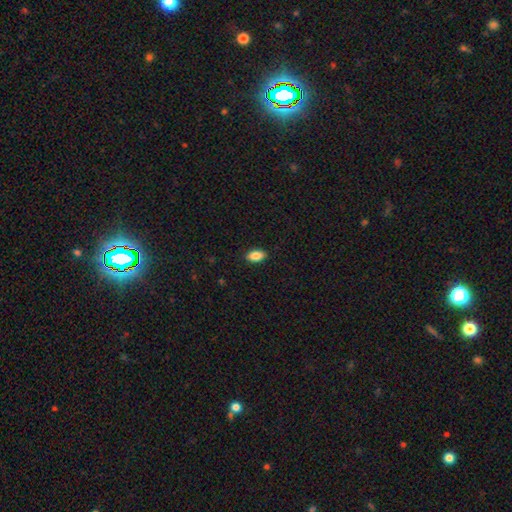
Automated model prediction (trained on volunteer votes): Q: Smooth or featured?
A: smooth (87%); runner-up: star or artifact (8%)
Q: How rounded?
A: in between (91%); runner-up: round (5%)
Q: Merging?
A: none (89%); runner-up: minor disturbance (8%)